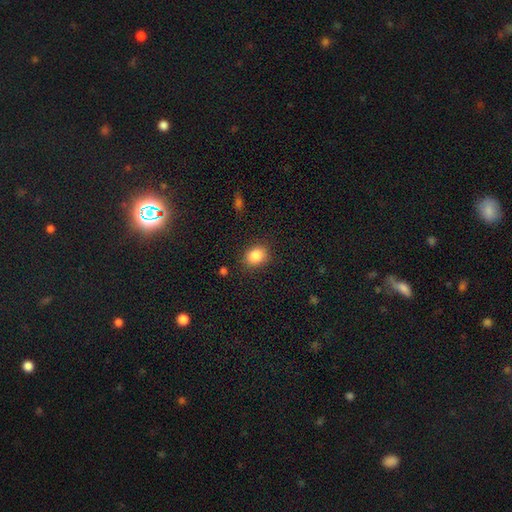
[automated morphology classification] Q: Smooth or featured?
A: smooth (86%); runner-up: star or artifact (9%)
Q: How rounded?
A: in between (53%); runner-up: round (46%)
Q: Merging?
A: none (85%); runner-up: minor disturbance (11%)